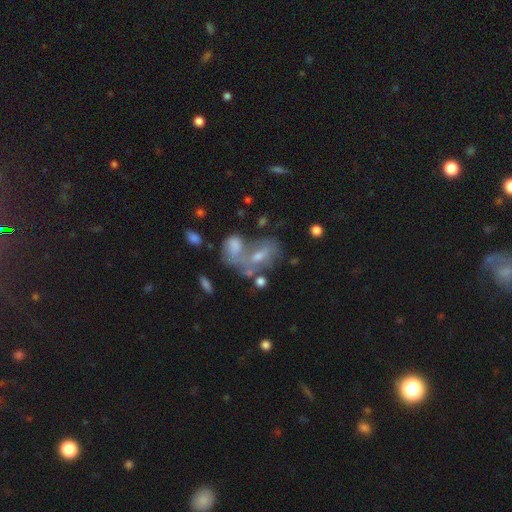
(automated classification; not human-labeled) Smooth or featured? Predicted: featured or disk (p=0.47). Merging? Predicted: merger (p=0.43).